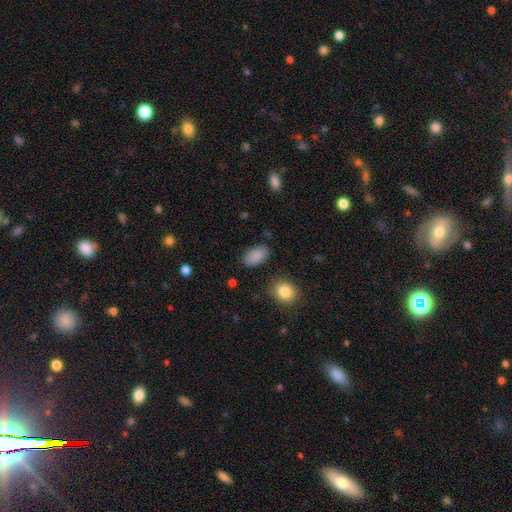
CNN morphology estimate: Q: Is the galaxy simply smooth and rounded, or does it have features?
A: smooth — 88%.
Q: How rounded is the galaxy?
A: in between — 93%.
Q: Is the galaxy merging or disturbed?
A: none — 84%.